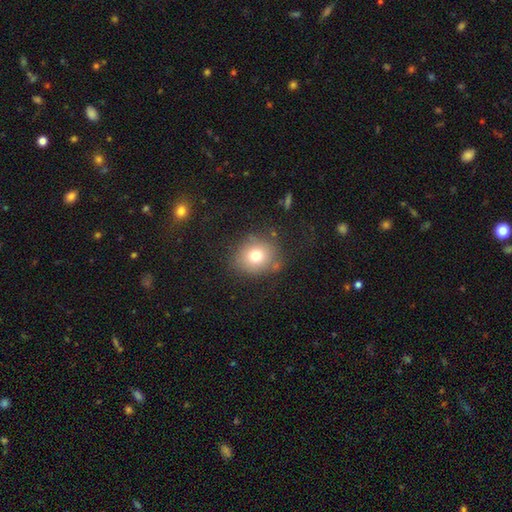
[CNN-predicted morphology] smooth-or-featured: smooth: 75% | featured or disk: 13% | star or artifact: 12%
  how-rounded: round: 76% | in between: 24% | cigar-shaped: 1%
  merging: none: 77% | minor disturbance: 14% | major disturbance: 6% | merger: 3%